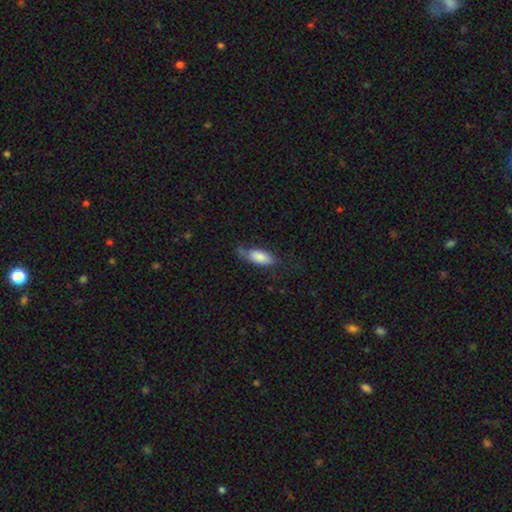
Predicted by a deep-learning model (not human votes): Smooth or featured: smooth — 78% (featured or disk — 15%)
How rounded: in between — 79% (cigar-shaped — 18%)
Merging: none — 52% (minor disturbance — 30%)